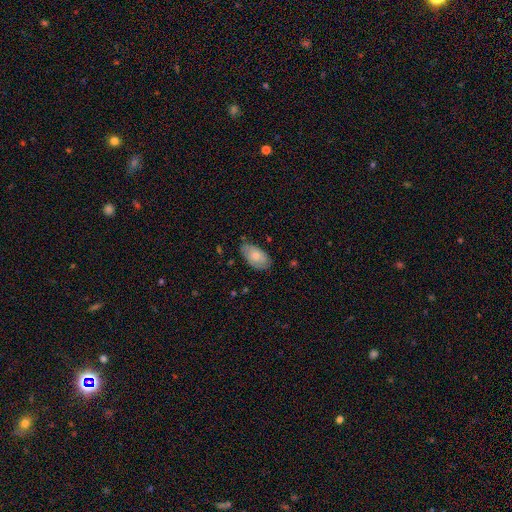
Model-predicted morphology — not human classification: smooth_or_featured: smooth (p=0.74) [alt: featured or disk p=0.20]
how_rounded: in between (p=0.94) [alt: round p=0.04]
merging: none (p=0.70) [alt: minor disturbance p=0.25]